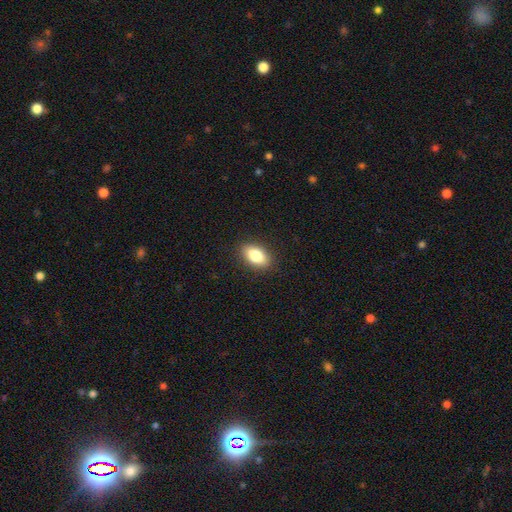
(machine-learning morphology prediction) The model was most divided on "smooth or featured": smooth: 84%, featured or disk: 9%, star or artifact: 8%. More confident: how rounded — in between (89%); merging — none (89%).